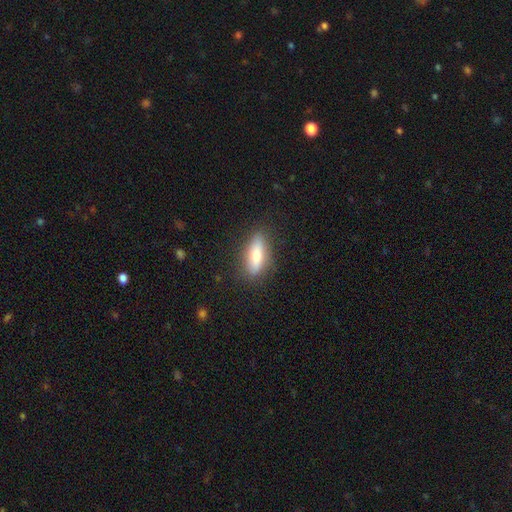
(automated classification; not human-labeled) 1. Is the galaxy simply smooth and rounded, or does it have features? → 64% smooth, 30% featured or disk, 7% star or artifact.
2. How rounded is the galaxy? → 59% in between, 38% cigar-shaped, 3% round.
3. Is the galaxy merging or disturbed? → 84% none, 12% minor disturbance, 3% major disturbance, 1% merger.